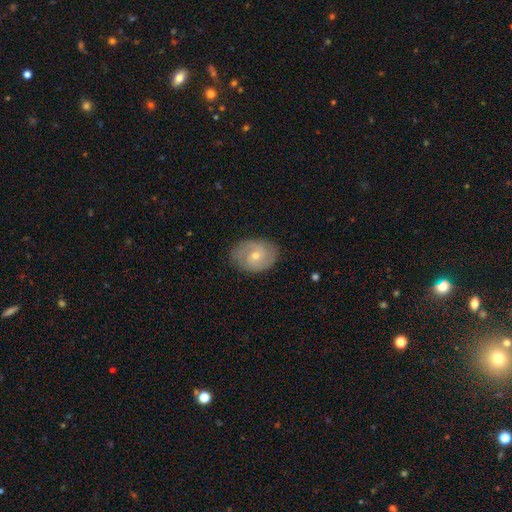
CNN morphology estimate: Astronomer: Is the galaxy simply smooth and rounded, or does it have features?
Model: featured or disk — 64%.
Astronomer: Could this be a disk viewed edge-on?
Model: no — 96%.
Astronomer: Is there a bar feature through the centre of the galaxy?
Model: no — 60%.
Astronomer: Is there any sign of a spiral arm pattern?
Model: yes — 82%.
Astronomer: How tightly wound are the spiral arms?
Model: tight — 51% (runner-up: medium, 37%).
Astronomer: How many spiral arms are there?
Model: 2 — 68%.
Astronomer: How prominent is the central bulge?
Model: small — 53% (runner-up: moderate, 44%).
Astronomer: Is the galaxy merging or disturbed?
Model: none — 81%.